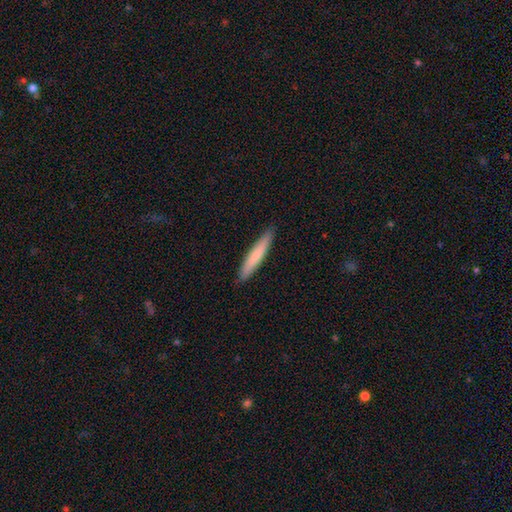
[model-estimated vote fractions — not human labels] Smooth or featured? smooth (75%)
How rounded? cigar-shaped (94%)
Merging? none (90%)